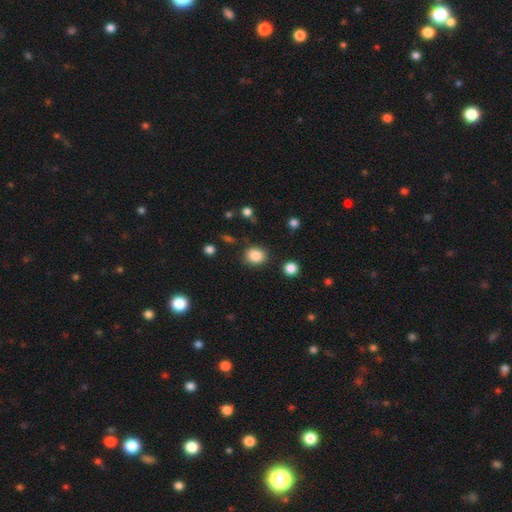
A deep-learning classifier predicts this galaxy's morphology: Smooth or featured? Predicted: smooth (p=0.86). How rounded? Predicted: round (p=0.66). Merging? Predicted: none (p=0.84).